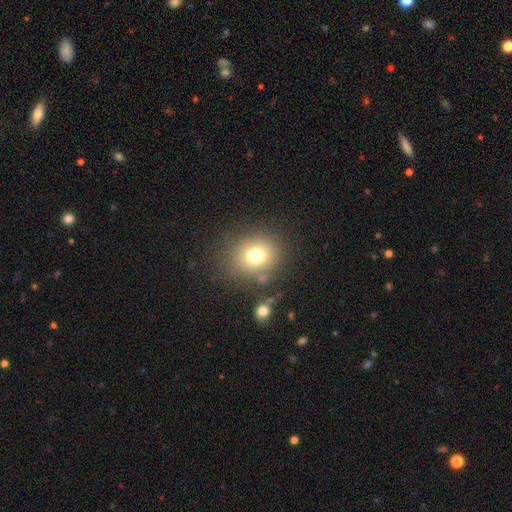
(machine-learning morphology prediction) Overall: smooth (74%). How rounded: round (68%; in between 32%). Merging: none (76%).